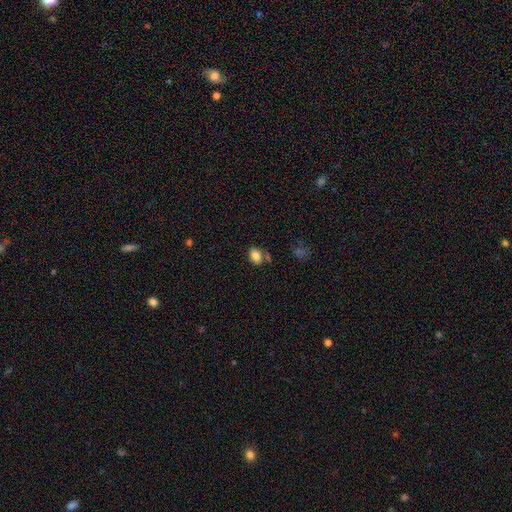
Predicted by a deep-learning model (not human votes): A smooth galaxy with no disk features (83%) that is in between round and cigar-shaped (79%).

Vote fractions:
- Smooth or featured? smooth: 83% / star or artifact: 9% / featured or disk: 8%
- How rounded? in between: 79% / round: 19% / cigar-shaped: 1%
- Merging? none: 66% / minor disturbance: 17% / merger: 12% / major disturbance: 5%